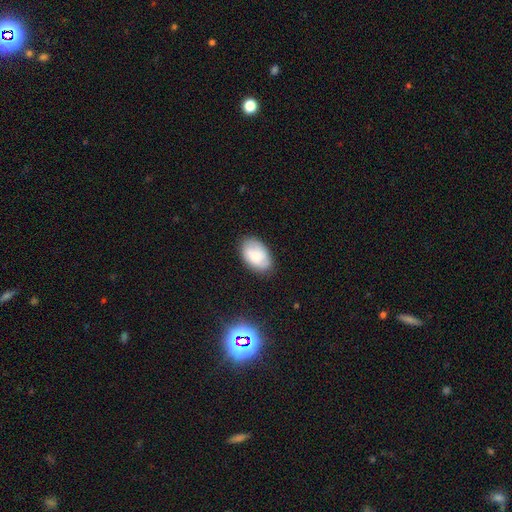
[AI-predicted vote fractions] Morphology: type=smooth (74%); roundness=in between (91%); merging=none (77%).